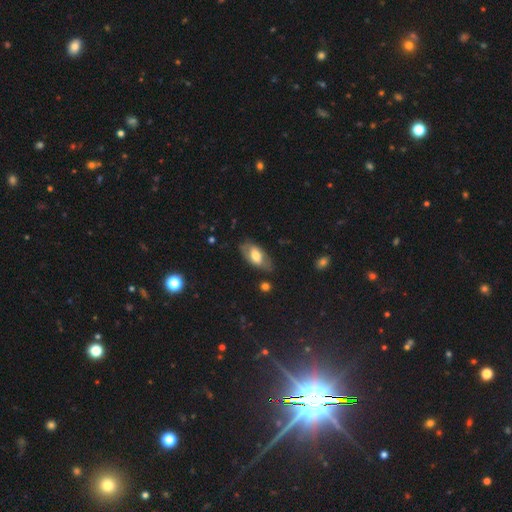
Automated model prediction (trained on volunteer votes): Smooth or featured? Predicted: smooth (p=0.58). How rounded? Predicted: in between (p=0.90). Merging? Predicted: none (p=0.71).